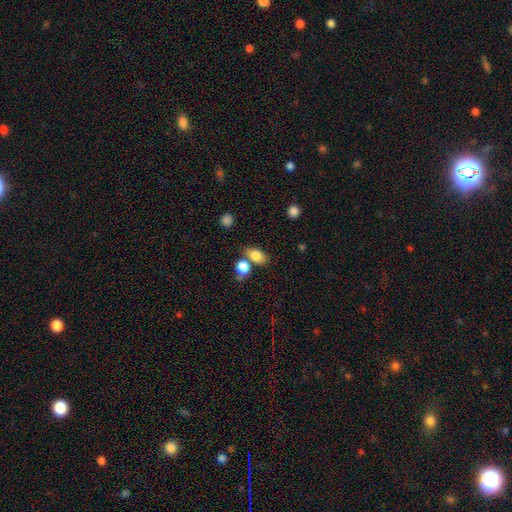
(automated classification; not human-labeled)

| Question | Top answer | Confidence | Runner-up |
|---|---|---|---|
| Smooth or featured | smooth | 81% | featured or disk (10%) |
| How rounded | in between | 78% | round (20%) |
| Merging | none | 58% | merger (25%) |